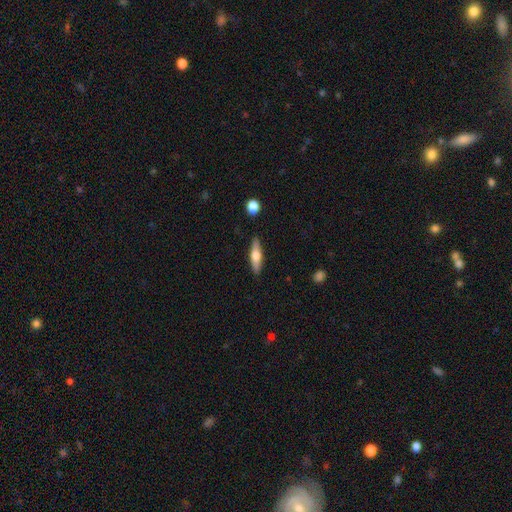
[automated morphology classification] Smooth or featured? Predicted: featured or disk (p=0.49). Merging? Predicted: none (p=0.89).